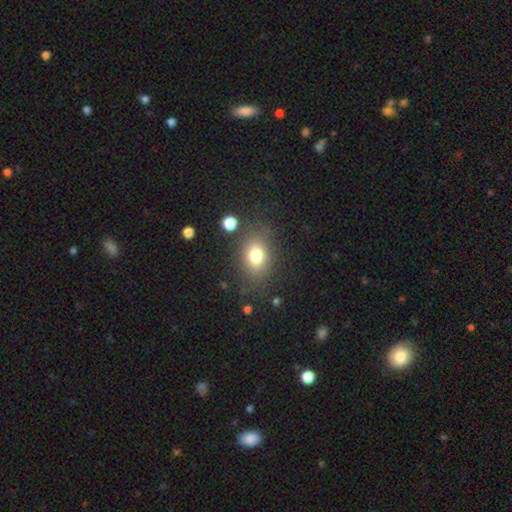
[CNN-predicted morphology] Q: Smooth or featured?
A: smooth (78%); runner-up: star or artifact (11%)
Q: How rounded?
A: in between (68%); runner-up: round (31%)
Q: Merging?
A: none (77%); runner-up: minor disturbance (13%)